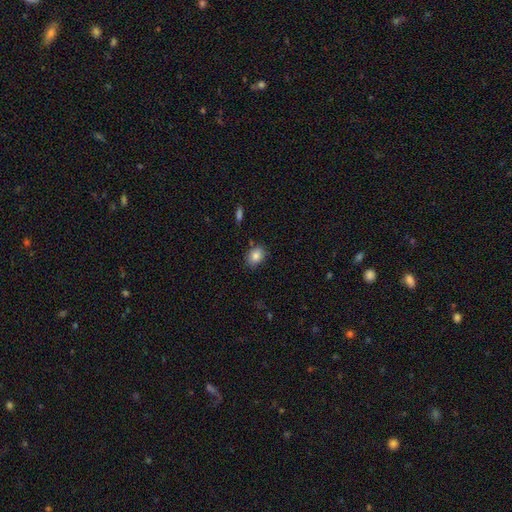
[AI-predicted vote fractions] Smooth or featured? smooth (84%)
How rounded? in between (69%)
Merging? none (80%)